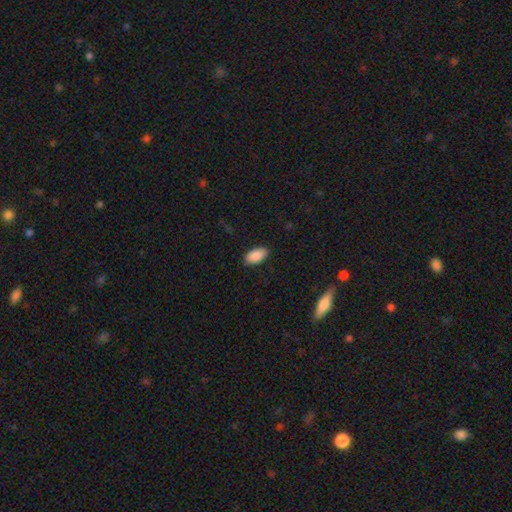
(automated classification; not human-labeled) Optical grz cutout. It shows a smooth galaxy with no disk features (89%) that is in between round and cigar-shaped (94%). Merging: none (85%).